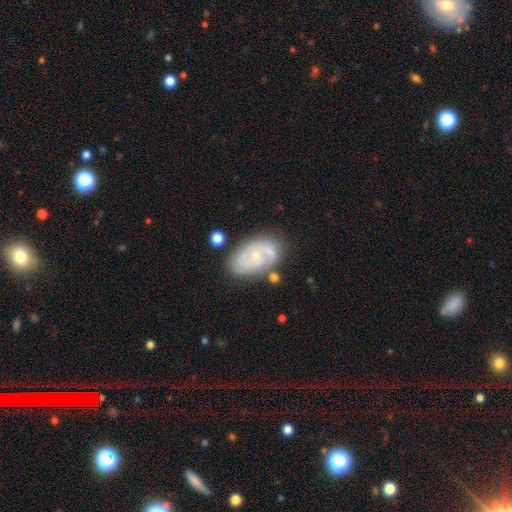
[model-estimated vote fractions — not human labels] A featured or disk galaxy (70%) with no bar (67%), 2 (54%) tight (48%) spiral arms (78%) and a small central bulge (68%). Merging: none (65%).